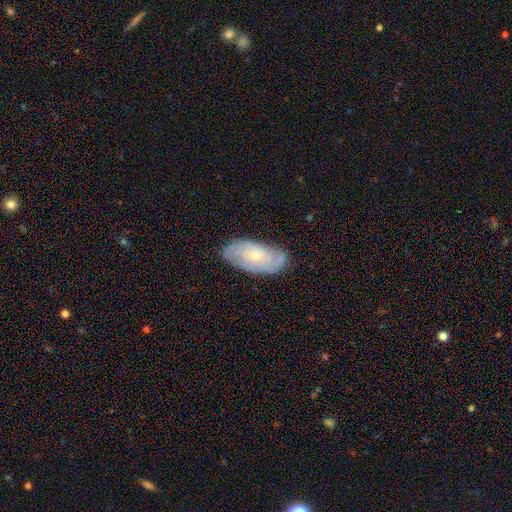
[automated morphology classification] smooth-or-featured: featured or disk: 67% | smooth: 27% | star or artifact: 6%
  disk-edge-on: no: 93% | yes: 7%
    bar: no: 74% | weak: 22% | strong: 4%
    has-spiral-arms: yes: 88% | no: 12%
      spiral-winding: tight: 63% | medium: 28% | loose: 8%
      spiral-arm-count: can't tell: 44% | 2: 30% | 3: 13% | 4: 6% | 1: 4% | more than 4: 4%
    bulge-size: small: 68% | moderate: 27% | none: 2% | large: 1% | dominant: 1%
  merging: none: 77% | minor disturbance: 18% | major disturbance: 4% | merger: 1%